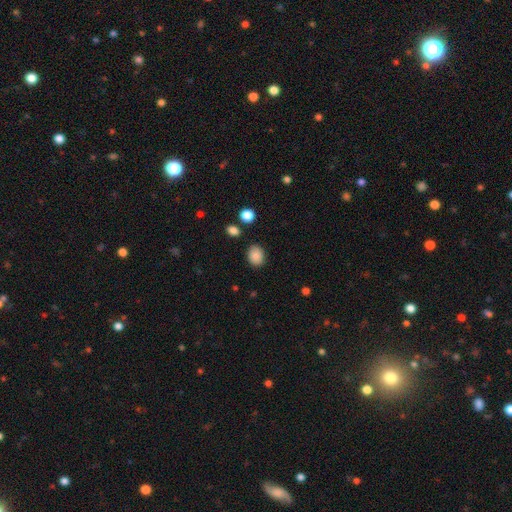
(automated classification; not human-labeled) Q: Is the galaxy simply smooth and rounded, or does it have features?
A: smooth — 87%.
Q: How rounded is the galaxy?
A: in between — 57%.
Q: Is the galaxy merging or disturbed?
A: none — 84%.